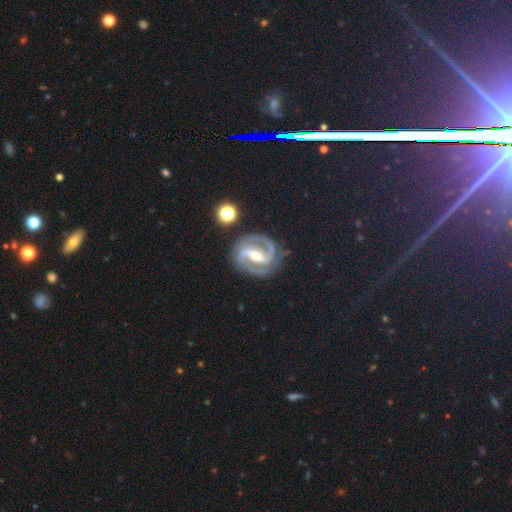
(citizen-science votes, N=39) Volunteers were most divided on "bulge size" (2-way tie): moderate: 49%, small: 49%, dominant: 3%, large: 0%, none: 0%. More confident: edge-on disk — no (100%); spiral arms — yes (100%); spiral arm count — 2 (97%); smooth or featured — featured or disk (95%); merging — none (74%); bar — strong (68%); spiral winding — medium (51%).